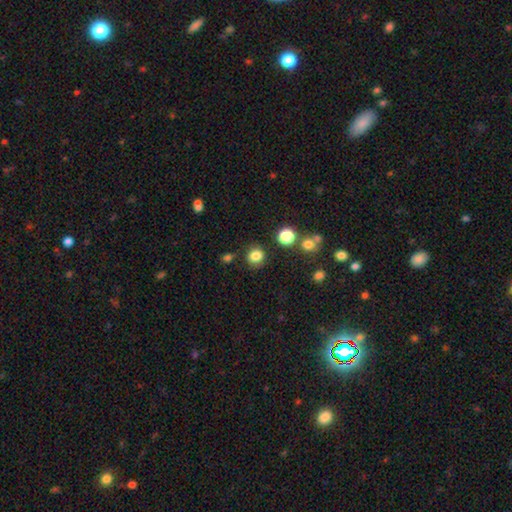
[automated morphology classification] This is clearly a smooth galaxy (83%). How rounded: clearly round (81%). Merging: clearly none (83%).